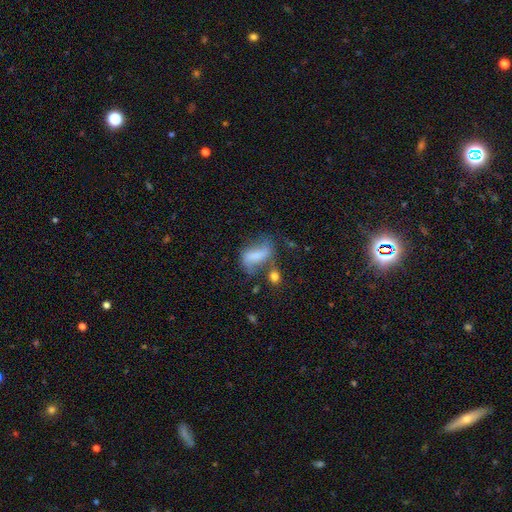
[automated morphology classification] This is possibly a smooth galaxy (56%). How rounded: clearly in between (83%). Merging: marginally none (33%).